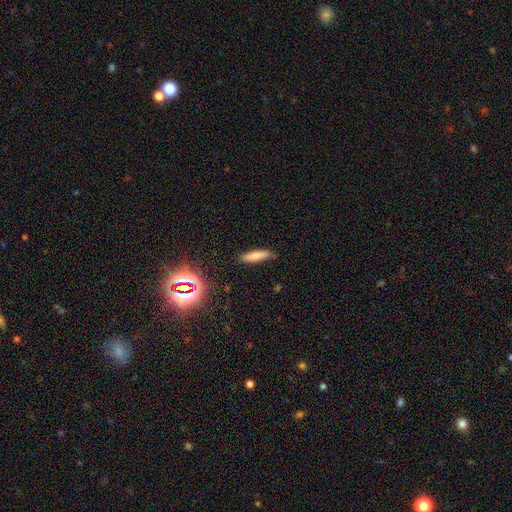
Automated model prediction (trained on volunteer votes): smooth-or-featured: smooth: 72% | featured or disk: 17% | star or artifact: 11%
  how-rounded: cigar-shaped: 76% | in between: 22% | round: 2%
  merging: none: 80% | minor disturbance: 15% | major disturbance: 3% | merger: 2%